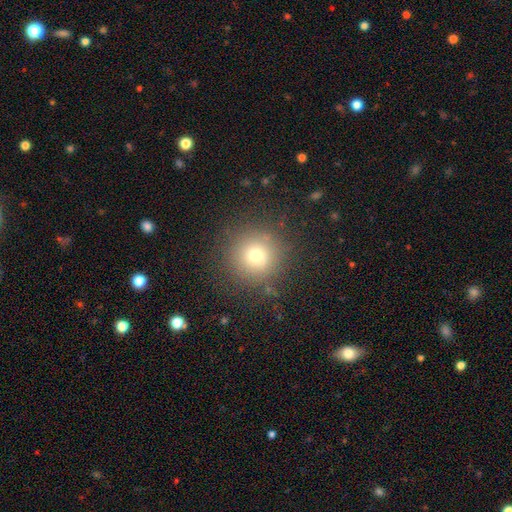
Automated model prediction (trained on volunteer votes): Overall: smooth (71%). How rounded: round (95%). Merging: none (87%).